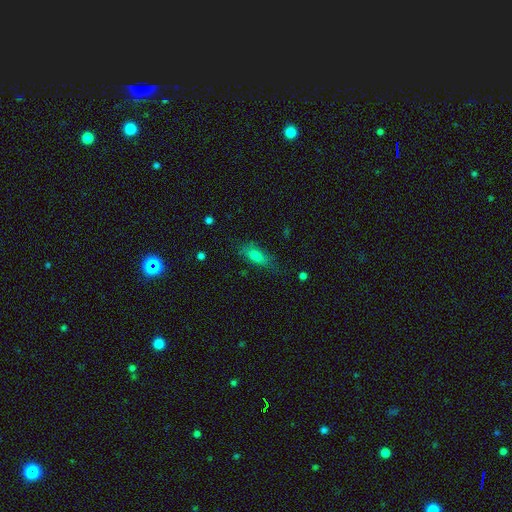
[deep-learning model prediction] The model was most divided on "how rounded": in between: 69%, cigar-shaped: 27%, round: 5%. More confident: smooth or featured — smooth (72%); merging — none (70%).